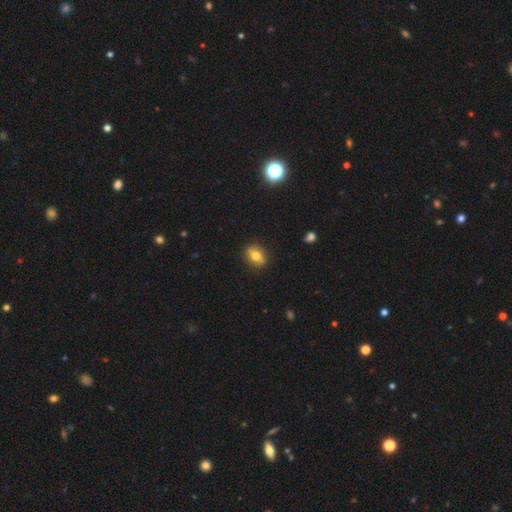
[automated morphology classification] smooth_or_featured: smooth (p=0.72) [alt: featured or disk p=0.19]
how_rounded: in between (p=0.73) [alt: round p=0.23]
merging: none (p=0.86) [alt: minor disturbance p=0.11]